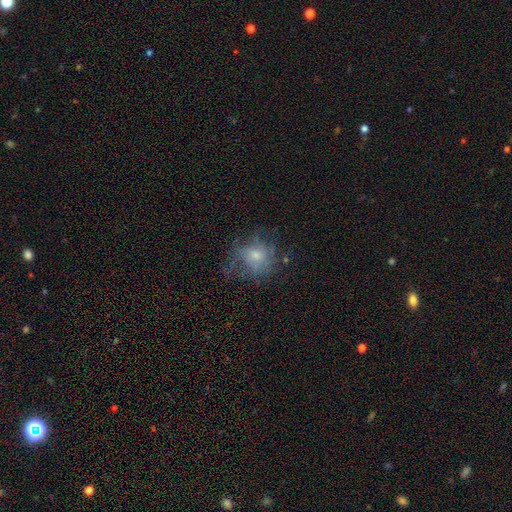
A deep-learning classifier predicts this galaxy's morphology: This is possibly a smooth galaxy (46%). Merging: possibly none (53%).